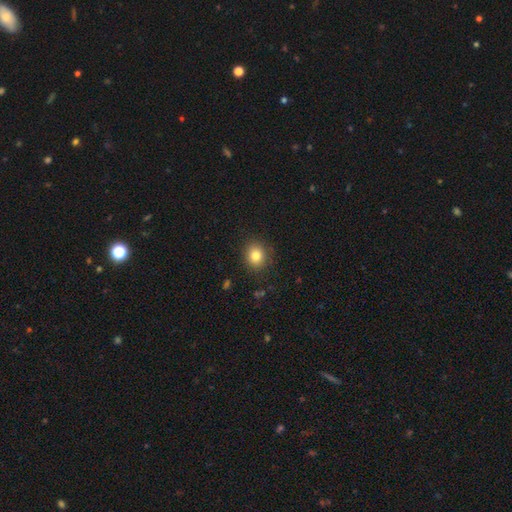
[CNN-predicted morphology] smooth-or-featured: smooth: 82% | star or artifact: 11% | featured or disk: 7%
  how-rounded: round: 74% | in between: 25% | cigar-shaped: 1%
  merging: none: 87% | minor disturbance: 9% | major disturbance: 3% | merger: 1%